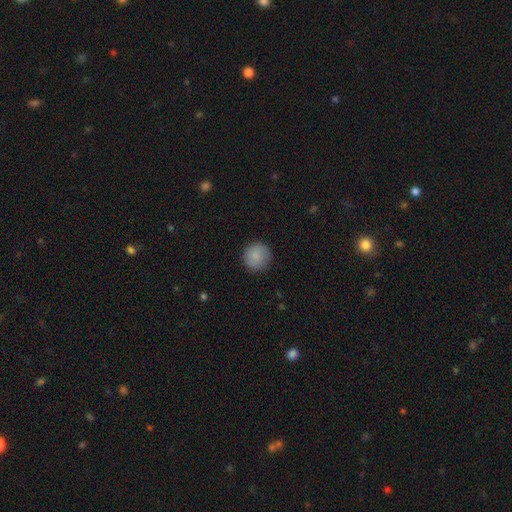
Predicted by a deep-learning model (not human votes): A smooth galaxy with no disk features (87%) that is round (94%). Merging: none (89%).